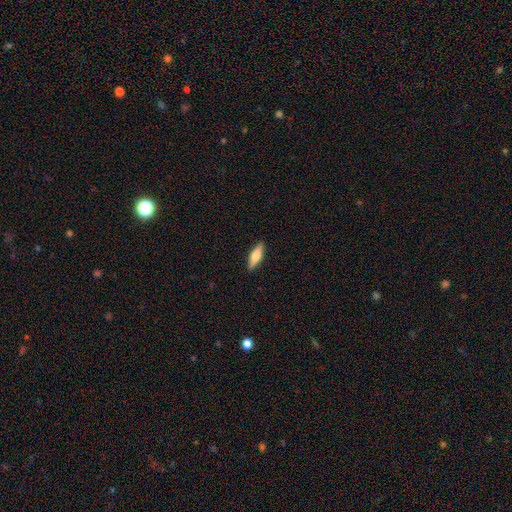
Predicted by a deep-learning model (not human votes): smooth_or_featured: smooth (p=0.56) [alt: featured or disk p=0.38]
how_rounded: cigar-shaped (p=0.56) [alt: in between p=0.41]
merging: none (p=0.89) [alt: minor disturbance p=0.08]